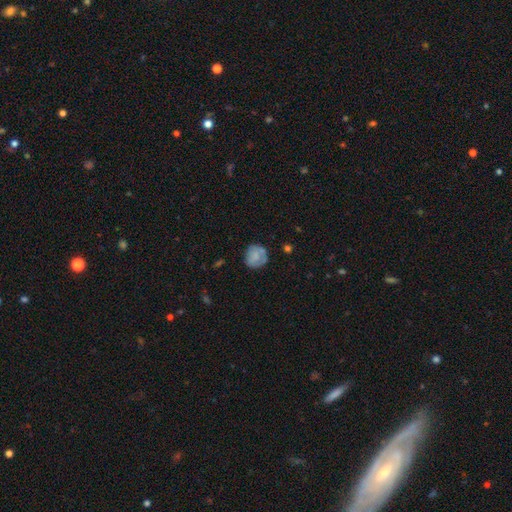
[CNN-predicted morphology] Q: Smooth or featured?
A: smooth (66%); runner-up: featured or disk (26%)
Q: How rounded?
A: round (85%); runner-up: in between (14%)
Q: Merging?
A: none (67%); runner-up: minor disturbance (22%)